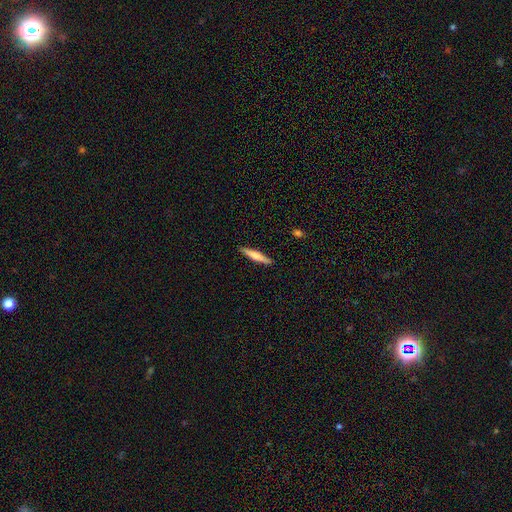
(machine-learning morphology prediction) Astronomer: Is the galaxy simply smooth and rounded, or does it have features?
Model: smooth — 57% (runner-up: featured or disk, 37%).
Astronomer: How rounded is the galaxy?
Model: cigar-shaped — 91%.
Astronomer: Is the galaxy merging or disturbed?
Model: none — 90%.